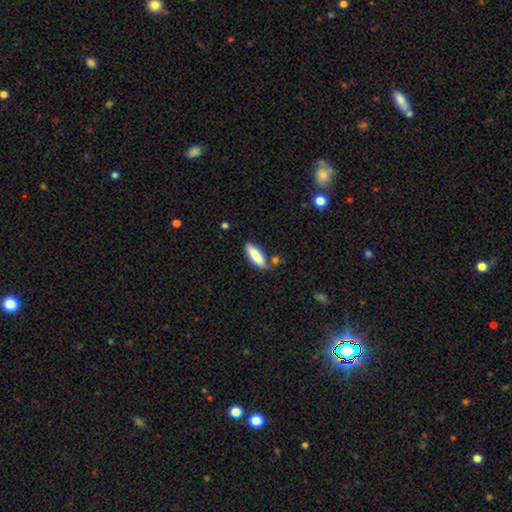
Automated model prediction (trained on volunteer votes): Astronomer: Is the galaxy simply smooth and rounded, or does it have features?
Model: smooth — 84%.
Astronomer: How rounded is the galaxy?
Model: in between — 59% (runner-up: cigar-shaped, 39%).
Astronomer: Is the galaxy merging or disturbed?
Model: none — 76%.